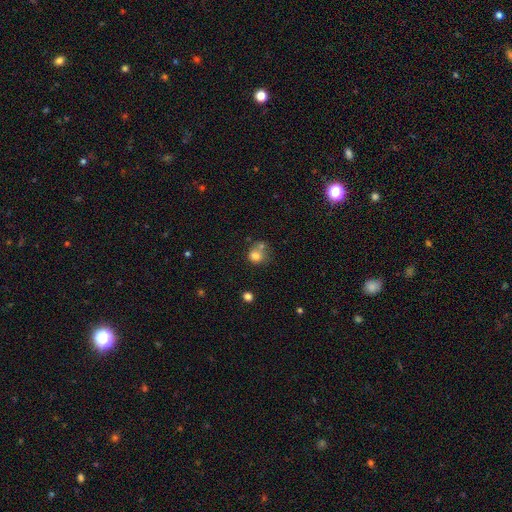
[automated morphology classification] A smooth galaxy with no disk features (76%) that is round (77%).

Vote fractions:
- Smooth or featured? smooth: 76% / star or artifact: 12% / featured or disk: 12%
- How rounded? round: 77% / in between: 22% / cigar-shaped: 1%
- Merging? none: 42% / merger: 38% / minor disturbance: 13% / major disturbance: 7%